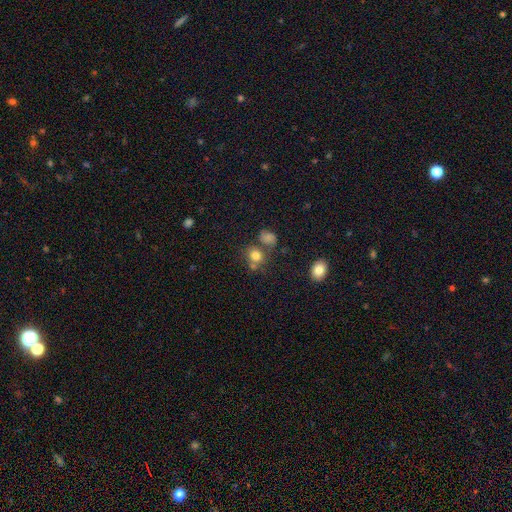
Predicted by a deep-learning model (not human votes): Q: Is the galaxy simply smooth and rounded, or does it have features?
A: smooth — 77%.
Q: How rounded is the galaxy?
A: round — 71%.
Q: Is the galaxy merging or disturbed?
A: none — 58%.